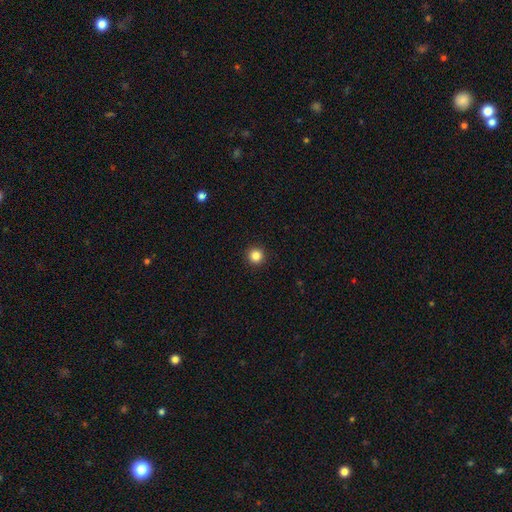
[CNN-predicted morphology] This appears to be a smooth galaxy with no disk features (85%) that is round (96%). Merging: none (94%).